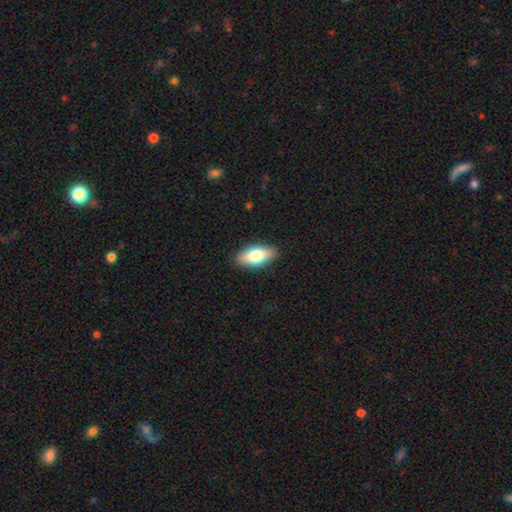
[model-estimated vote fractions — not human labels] Smooth or featured? smooth (72%)
How rounded? in between (87%)
Merging? none (89%)